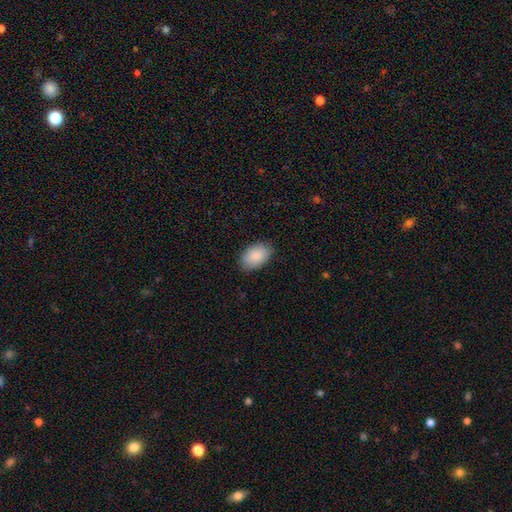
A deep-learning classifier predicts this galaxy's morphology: A smooth galaxy with no disk features (89%) that is in between round and cigar-shaped (91%). Merging: none (81%).